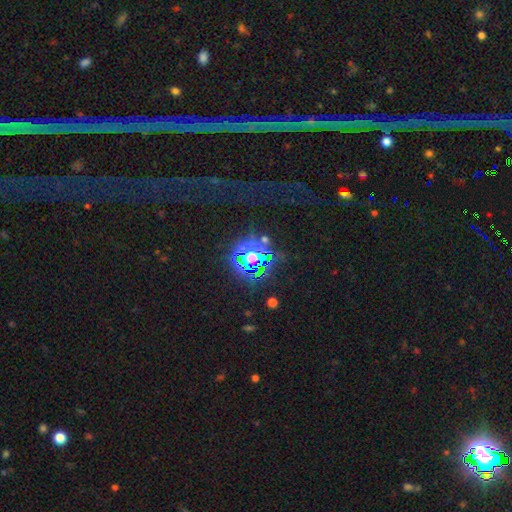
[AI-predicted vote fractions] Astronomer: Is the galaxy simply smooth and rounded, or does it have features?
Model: star or artifact — 74%.